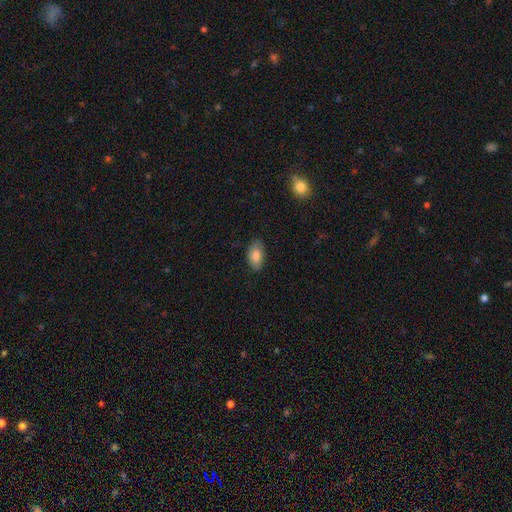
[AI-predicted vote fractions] smooth_or_featured: smooth (p=0.83) [alt: featured or disk p=0.10]
how_rounded: in between (p=0.93) [alt: round p=0.05]
merging: none (p=0.83) [alt: minor disturbance p=0.14]